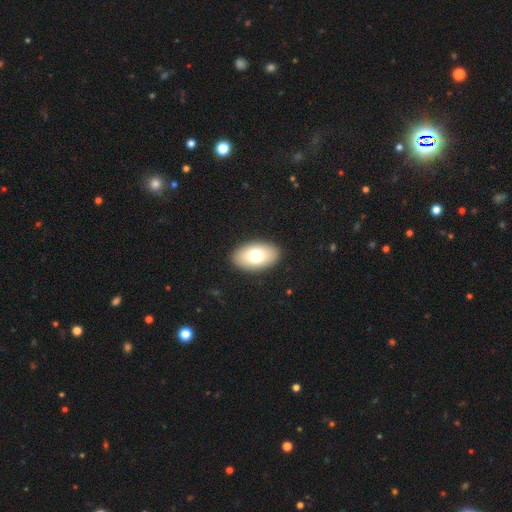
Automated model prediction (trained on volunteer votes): A smooth galaxy with no disk features (74%) that is in between round and cigar-shaped (93%). Merging: none (90%).